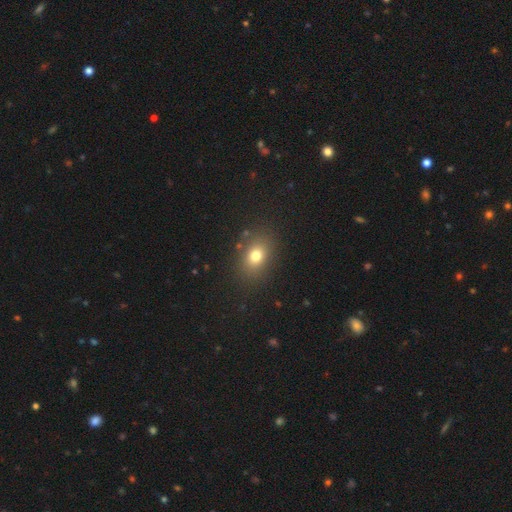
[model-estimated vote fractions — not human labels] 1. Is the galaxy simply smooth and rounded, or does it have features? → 76% smooth, 14% star or artifact, 10% featured or disk.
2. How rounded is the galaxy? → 65% in between, 33% round, 1% cigar-shaped.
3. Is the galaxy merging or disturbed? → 84% none, 10% minor disturbance, 4% major disturbance, 2% merger.